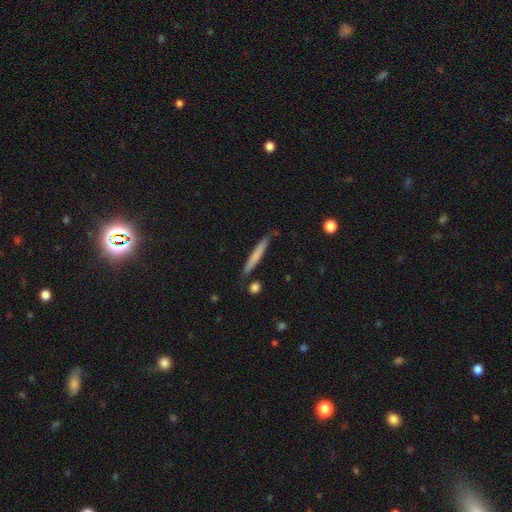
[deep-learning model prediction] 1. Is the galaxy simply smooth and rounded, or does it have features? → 68% smooth, 27% featured or disk, 6% star or artifact.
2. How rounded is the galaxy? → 96% cigar-shaped, 3% in between, 1% round.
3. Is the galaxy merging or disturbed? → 82% none, 12% minor disturbance, 4% merger, 2% major disturbance.